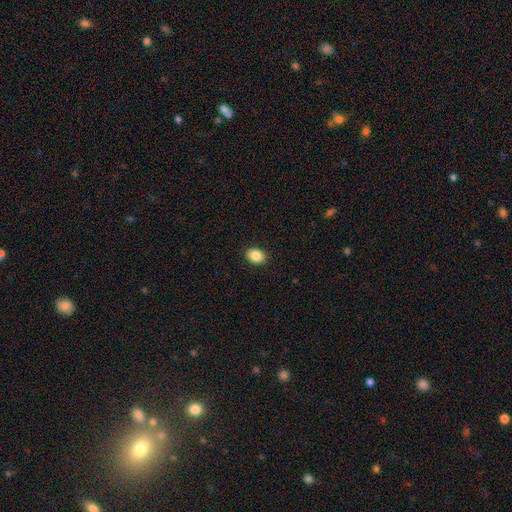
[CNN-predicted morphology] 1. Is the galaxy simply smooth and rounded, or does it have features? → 87% smooth, 8% star or artifact, 5% featured or disk.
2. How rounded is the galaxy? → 61% in between, 38% round, 1% cigar-shaped.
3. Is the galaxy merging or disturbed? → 91% none, 6% minor disturbance, 2% major disturbance, 1% merger.